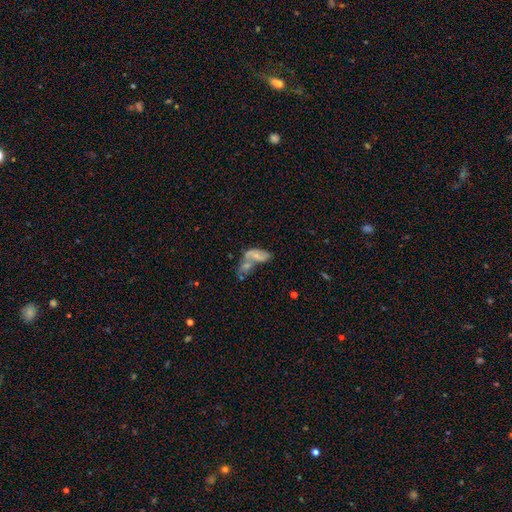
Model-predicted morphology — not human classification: featured or disk 50%, smooth 41%, star or artifact 9%. Down the decision tree: merging — merger (60%).